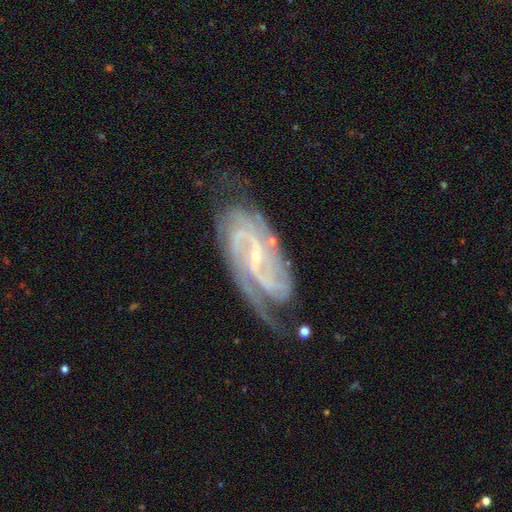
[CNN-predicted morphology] Smooth or featured? featured or disk (91%)
Edge-on disk? no (95%)
Bar? weak (42%)
Spiral arms? yes (98%)
Spiral winding? tight (51%)
Spiral arm count? 2 (57%)
Bulge size? small (82%)
Merging? none (69%)